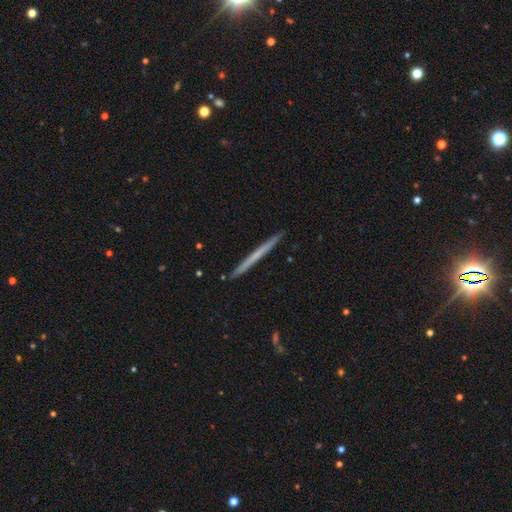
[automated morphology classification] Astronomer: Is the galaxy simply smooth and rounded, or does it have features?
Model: featured or disk — 50% (runner-up: smooth, 45%).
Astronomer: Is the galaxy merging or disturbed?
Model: none — 93%.